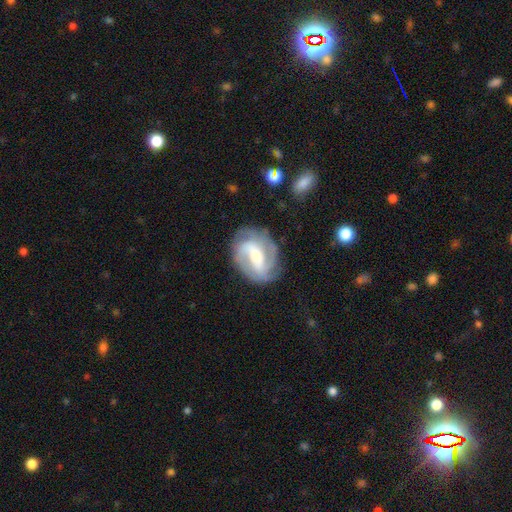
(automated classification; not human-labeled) featured or disk 85%, smooth 10%, star or artifact 5%. Down the decision tree: edge-on disk — no (97%); bar — strong (42%); spiral arms — yes (95%); spiral arm count — 2 (41%); spiral winding — medium (43%); bulge size — moderate (51%); merging — none (76%).